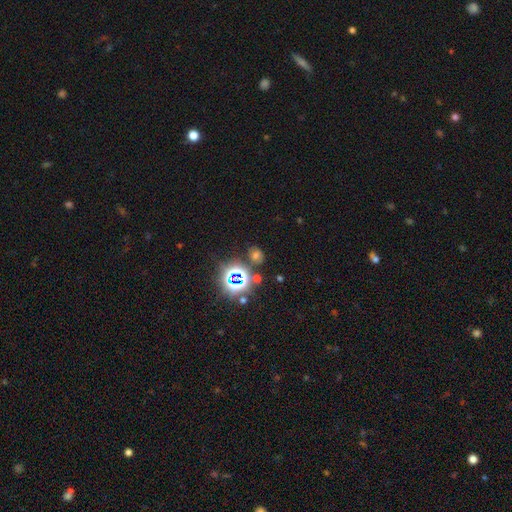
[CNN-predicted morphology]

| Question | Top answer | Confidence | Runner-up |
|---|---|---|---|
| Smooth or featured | smooth | 46% | star or artifact (44%) |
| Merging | none | 75% | minor disturbance (14%) |